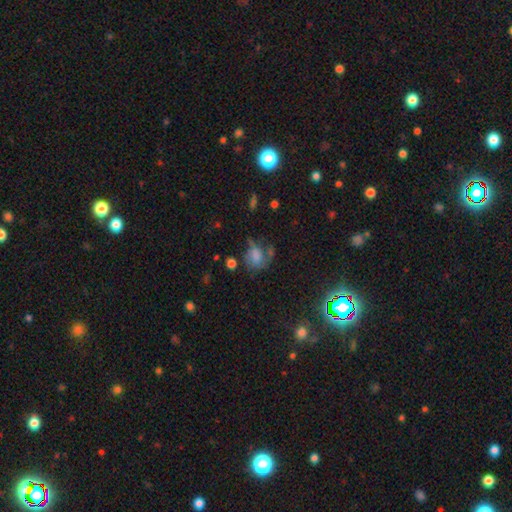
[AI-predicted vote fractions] smooth 45%, featured or disk 41%, star or artifact 14%. Down the decision tree: merging — major disturbance (36%).